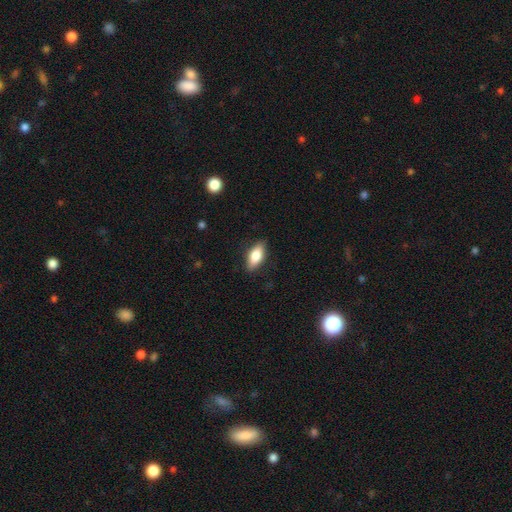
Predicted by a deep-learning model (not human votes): Smooth or featured: smooth — 75% (featured or disk — 18%)
How rounded: in between — 83% (cigar-shaped — 13%)
Merging: none — 85% (minor disturbance — 12%)